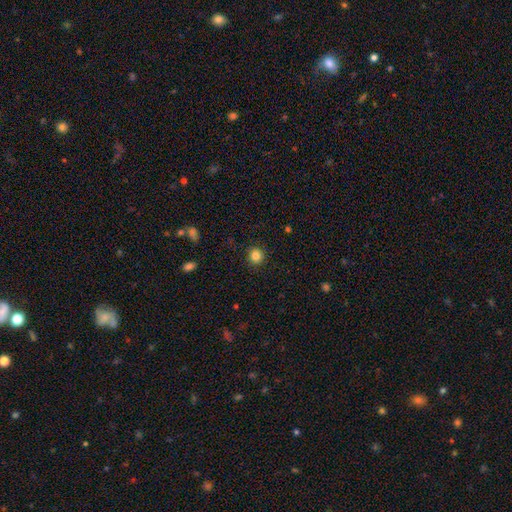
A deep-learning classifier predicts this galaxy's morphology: This appears to be a smooth galaxy with no disk features (84%) that is round (92%). Merging: none (91%).